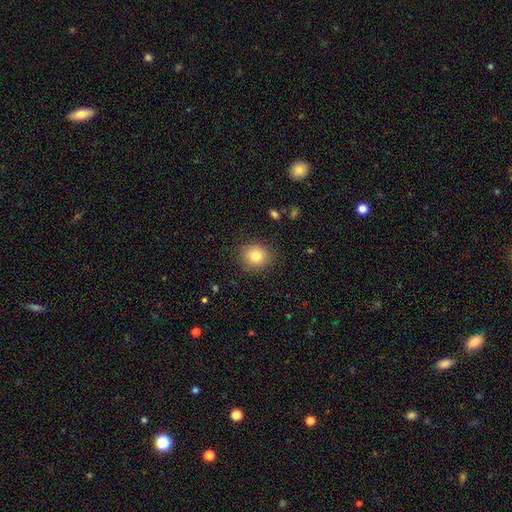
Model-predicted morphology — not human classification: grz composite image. It shows a smooth galaxy with no disk features (82%) that is round (81%). Merging: none (87%).